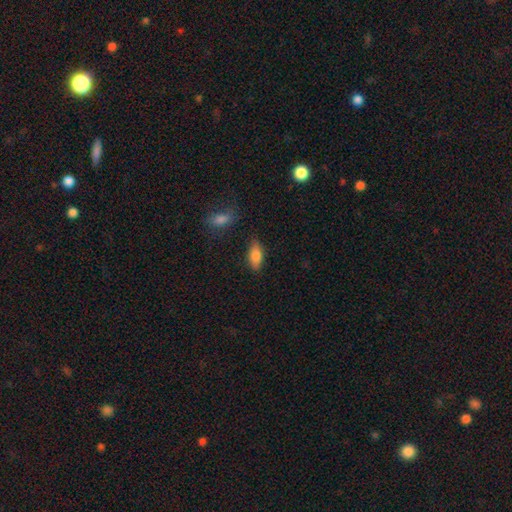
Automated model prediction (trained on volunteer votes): Smooth or featured? Predicted: smooth (p=0.78). How rounded? Predicted: in between (p=0.83). Merging? Predicted: none (p=0.81).